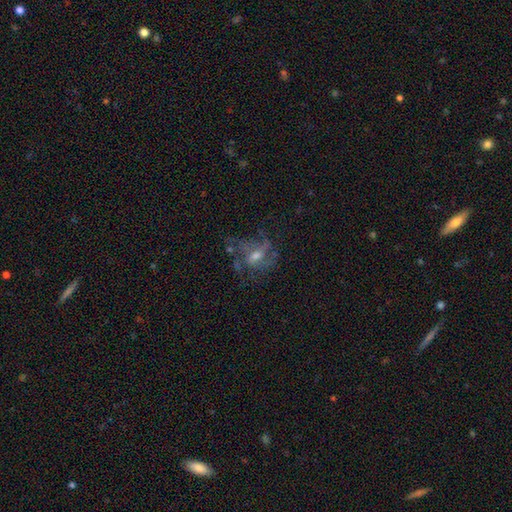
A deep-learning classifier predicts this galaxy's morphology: type=featured or disk (65%); edge-on=no (95%); bar=no (46%); spiral arms=yes (65%); bulge=moderate (53%); merging=none (45%).